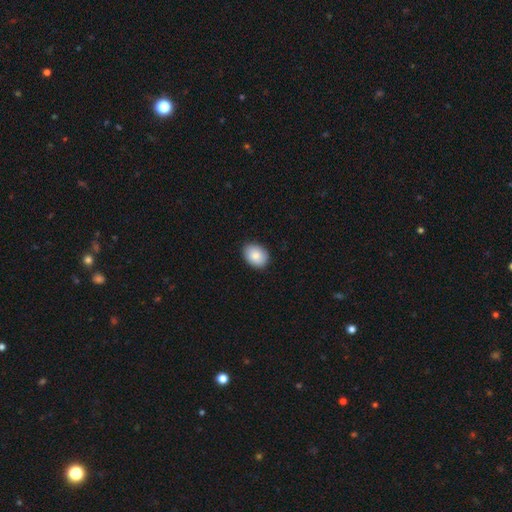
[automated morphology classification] type=smooth (86%); roundness=in between (67%); merging=none (87%).